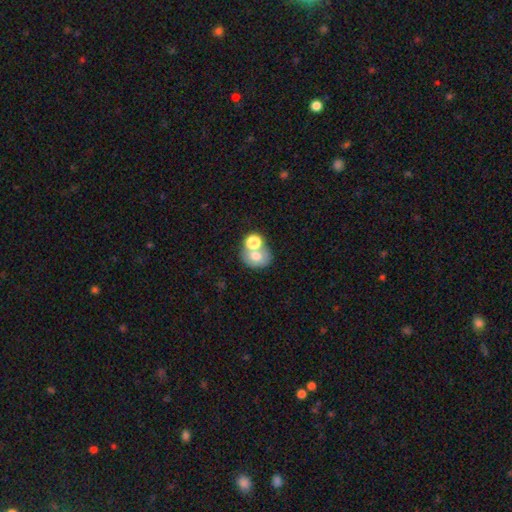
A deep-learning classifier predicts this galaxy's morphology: The model was most divided on "how rounded": round: 52%, in between: 47%, cigar-shaped: 1%. Remaining: smooth or featured — smooth (69%); merging — merger (50%).